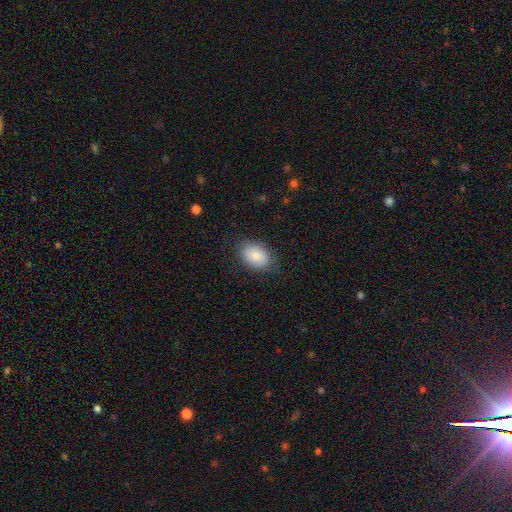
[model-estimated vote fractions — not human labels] Smooth or featured? Predicted: smooth (p=0.86). How rounded? Predicted: in between (p=0.85). Merging? Predicted: none (p=0.81).